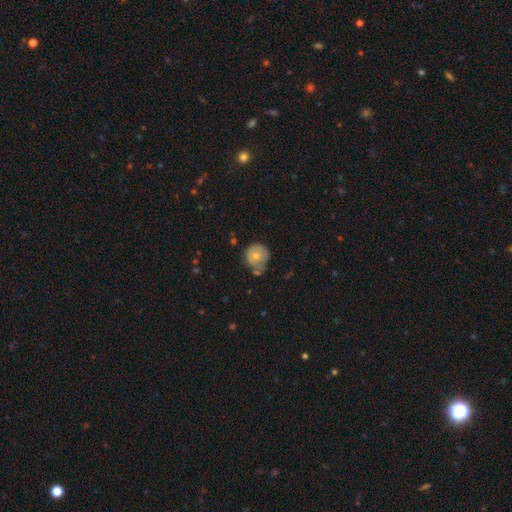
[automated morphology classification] smooth-or-featured: smooth: 62% | featured or disk: 30% | star or artifact: 8%
  how-rounded: round: 84% | in between: 15% | cigar-shaped: 1%
  merging: none: 49% | minor disturbance: 32% | major disturbance: 10% | merger: 9%